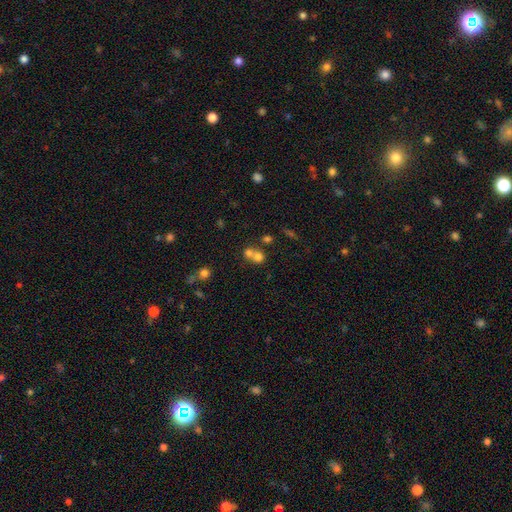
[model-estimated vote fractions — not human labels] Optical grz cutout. It shows a smooth galaxy with no disk features (69%) that is round (76%). Merging: merger (60%).